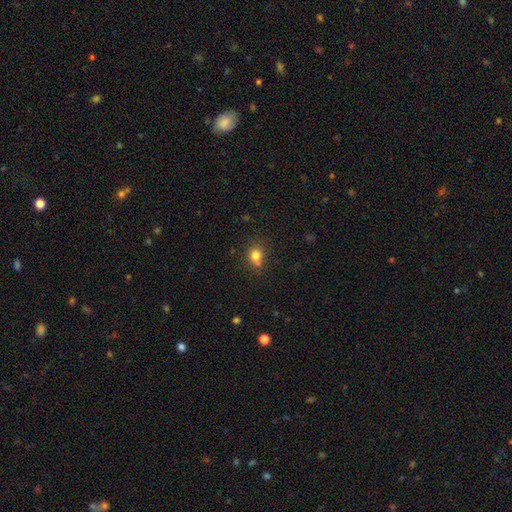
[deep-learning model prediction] This is likely a smooth galaxy (79%). How rounded: likely round (63%). Merging: likely none (62%).